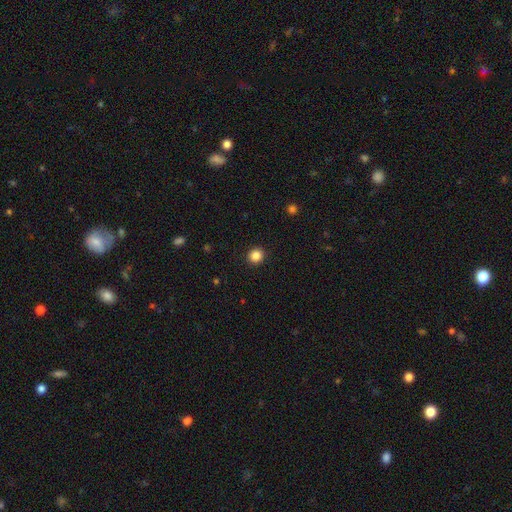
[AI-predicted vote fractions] Smooth or featured? Predicted: smooth (p=0.85). How rounded? Predicted: round (p=0.91). Merging? Predicted: none (p=0.92).